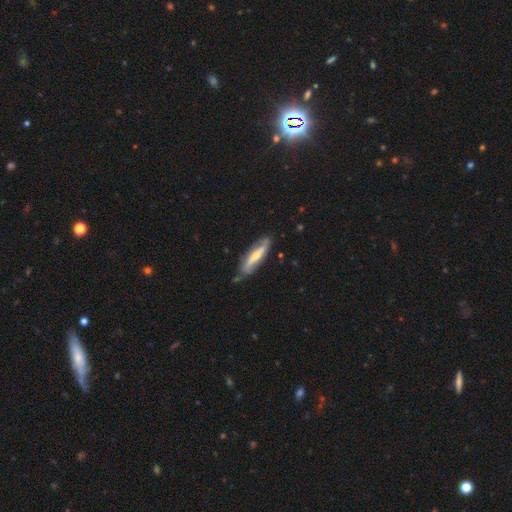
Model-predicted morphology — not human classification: smooth-or-featured: featured or disk: 59% | smooth: 36% | star or artifact: 5%
  disk-edge-on: no: 56% | yes: 44%
  merging: none: 76% | minor disturbance: 18% | major disturbance: 4% | merger: 3%